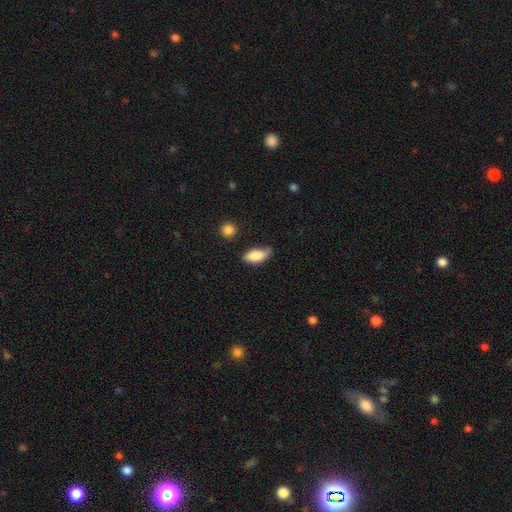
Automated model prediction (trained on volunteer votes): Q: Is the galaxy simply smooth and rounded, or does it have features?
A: smooth — 83%.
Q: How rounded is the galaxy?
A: in between — 89%.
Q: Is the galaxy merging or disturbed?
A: none — 53%.